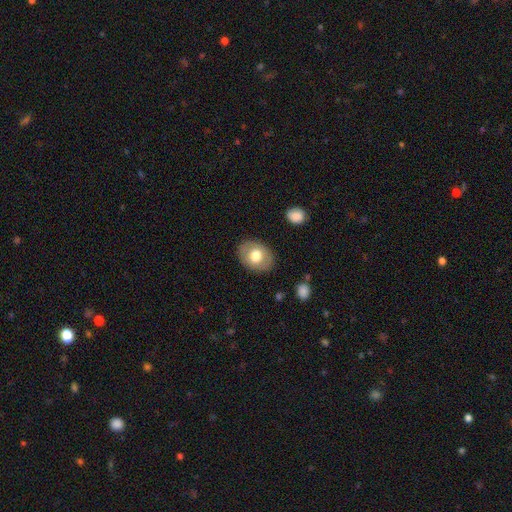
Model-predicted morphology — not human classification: smooth_or_featured: smooth (p=0.69) [alt: featured or disk p=0.24]
how_rounded: in between (p=0.67) [alt: round p=0.32]
merging: none (p=0.85) [alt: minor disturbance p=0.10]